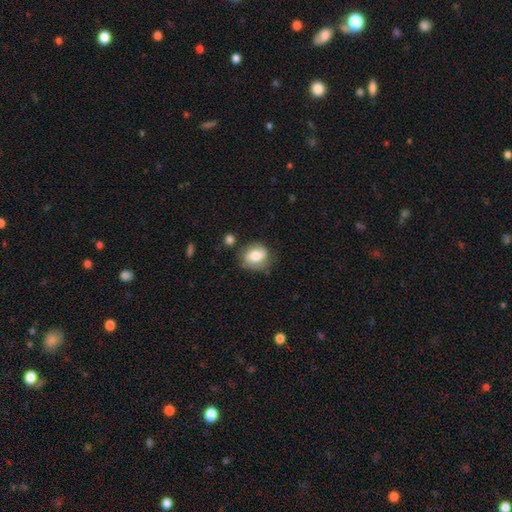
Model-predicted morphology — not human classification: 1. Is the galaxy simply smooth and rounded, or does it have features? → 67% smooth, 25% featured or disk, 8% star or artifact.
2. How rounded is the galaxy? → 62% round, 37% in between, 1% cigar-shaped.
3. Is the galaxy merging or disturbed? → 65% none, 23% minor disturbance, 7% major disturbance, 4% merger.